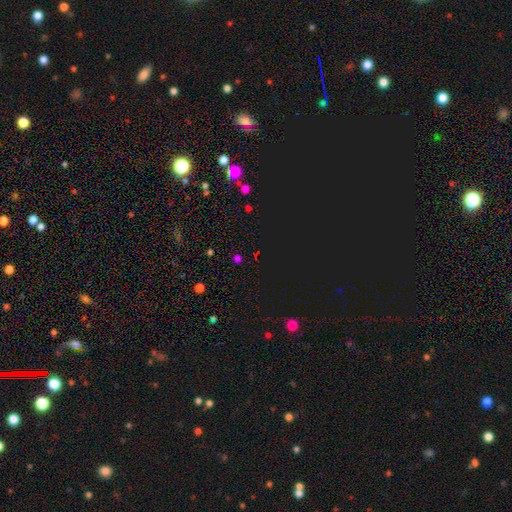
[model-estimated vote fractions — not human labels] This is likely a star or artifact rather than a galaxy (71%).